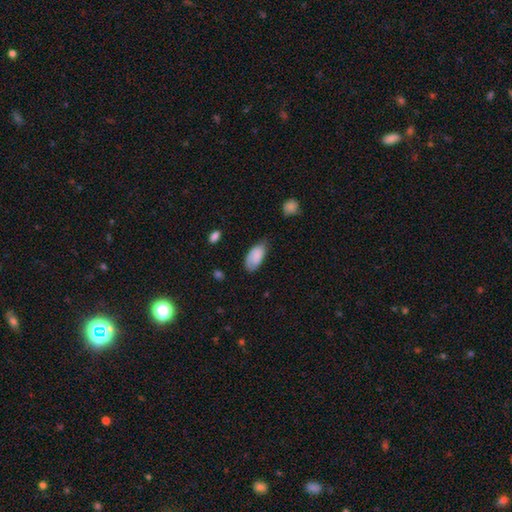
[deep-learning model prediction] The model was most divided on "merging": none: 56%, minor disturbance: 34%, major disturbance: 8%, merger: 2%. More confident: how rounded — in between (94%); smooth or featured — smooth (82%).